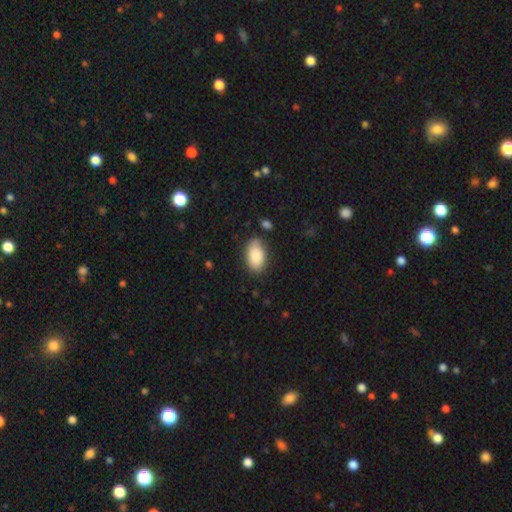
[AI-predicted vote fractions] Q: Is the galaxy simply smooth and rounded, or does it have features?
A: smooth — 86%.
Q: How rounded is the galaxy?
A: in between — 94%.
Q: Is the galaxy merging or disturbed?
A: none — 74%.